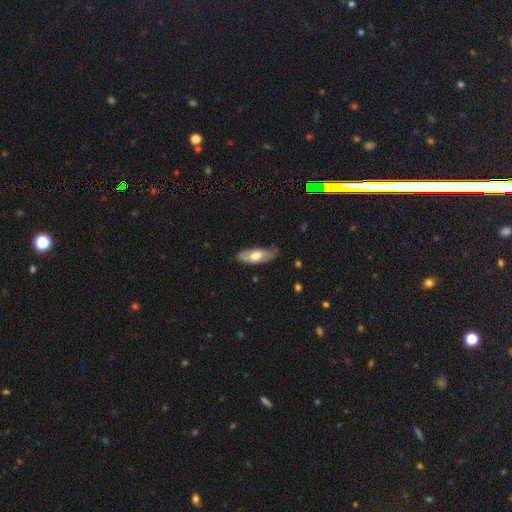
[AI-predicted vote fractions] Smooth or featured? smooth (57%)
How rounded? in between (74%)
Merging? none (77%)